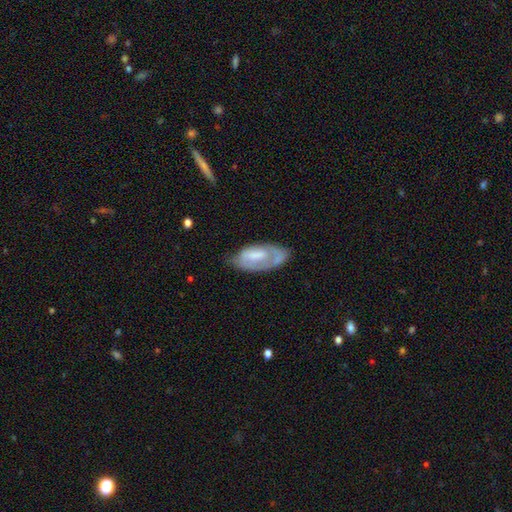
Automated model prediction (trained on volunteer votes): Morphology: type=featured or disk (47%, tied with smooth); merging=none (44%).